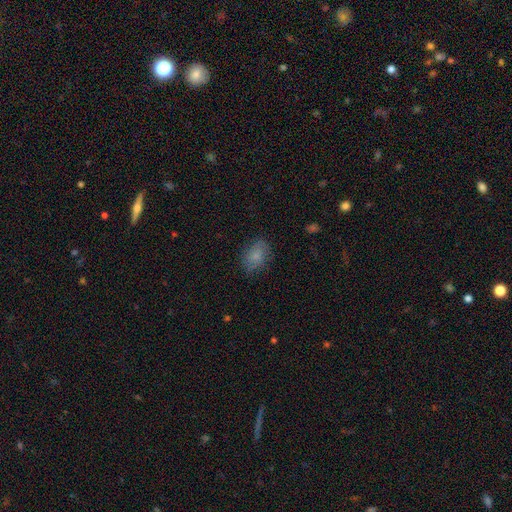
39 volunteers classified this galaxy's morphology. Q: Smooth or featured?
A: smooth (77%); runner-up: featured or disk (13%)
Q: How rounded?
A: in between (60%); runner-up: round (37%)
Q: Merging?
A: none (71%); runner-up: minor disturbance (23%)